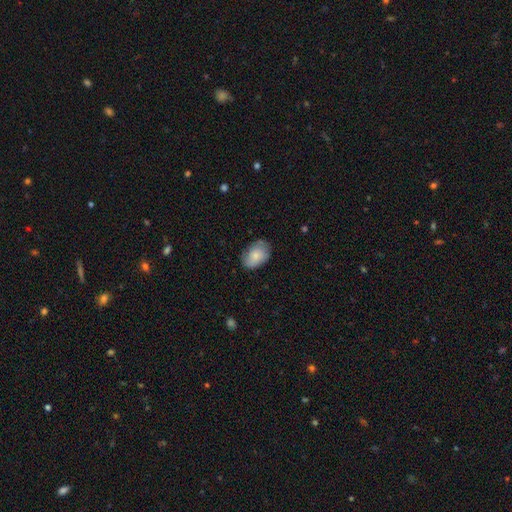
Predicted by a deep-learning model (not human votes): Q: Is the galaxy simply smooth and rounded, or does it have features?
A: smooth — 78%.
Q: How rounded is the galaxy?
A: in between — 84%.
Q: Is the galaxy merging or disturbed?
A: none — 72%.